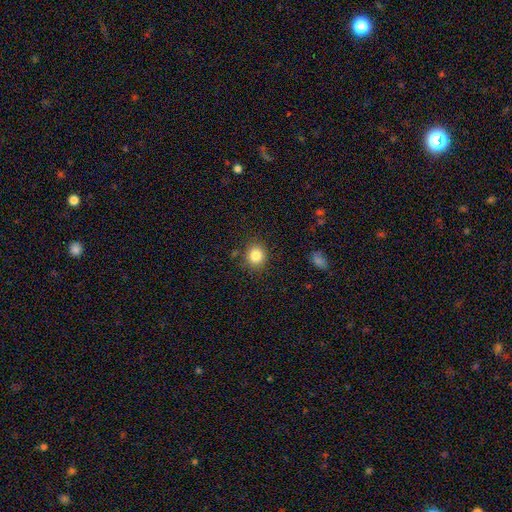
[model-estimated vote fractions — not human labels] Smooth or featured? Predicted: smooth (p=0.83). How rounded? Predicted: round (p=0.83). Merging? Predicted: none (p=0.86).